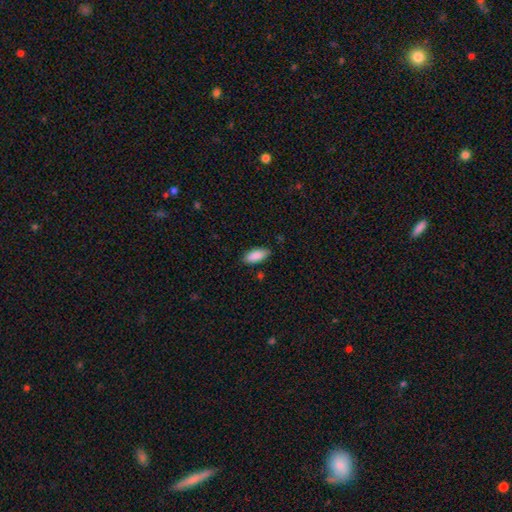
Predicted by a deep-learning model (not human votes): A smooth galaxy with no disk features (89%) that is in between round and cigar-shaped (85%). Merging: none (83%).